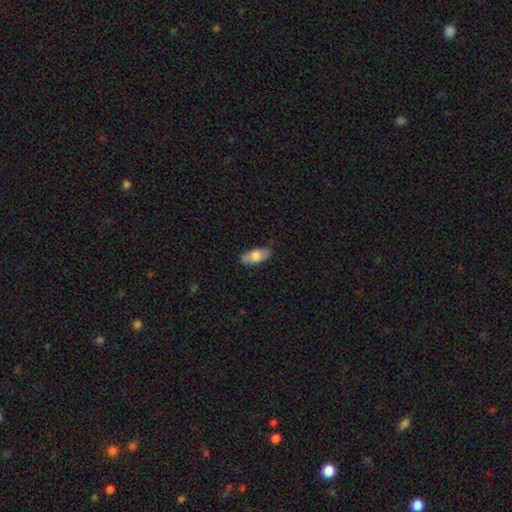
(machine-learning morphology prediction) smooth-or-featured: smooth: 78% | featured or disk: 16% | star or artifact: 6%
  how-rounded: in between: 86% | cigar-shaped: 12% | round: 3%
  merging: none: 81% | minor disturbance: 15% | major disturbance: 3% | merger: 1%